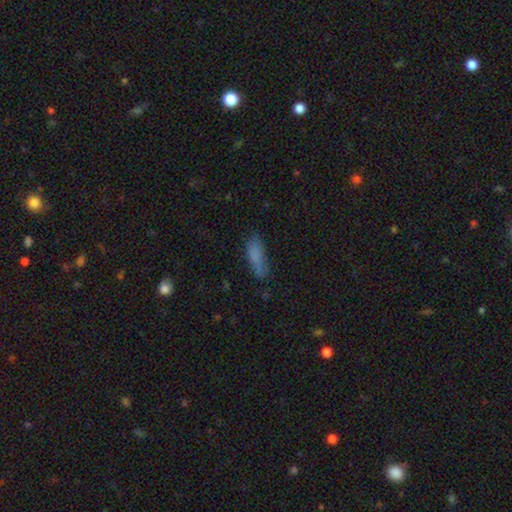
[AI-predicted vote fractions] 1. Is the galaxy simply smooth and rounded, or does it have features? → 80% smooth, 11% featured or disk, 10% star or artifact.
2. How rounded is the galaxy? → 54% cigar-shaped, 44% in between, 2% round.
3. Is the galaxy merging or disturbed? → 64% none, 25% minor disturbance, 8% major disturbance, 3% merger.